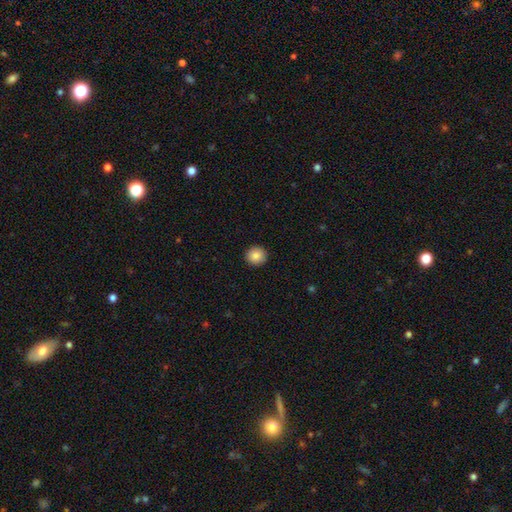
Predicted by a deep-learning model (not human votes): Overall: smooth (86%). How rounded: round (93%). Merging: none (93%).